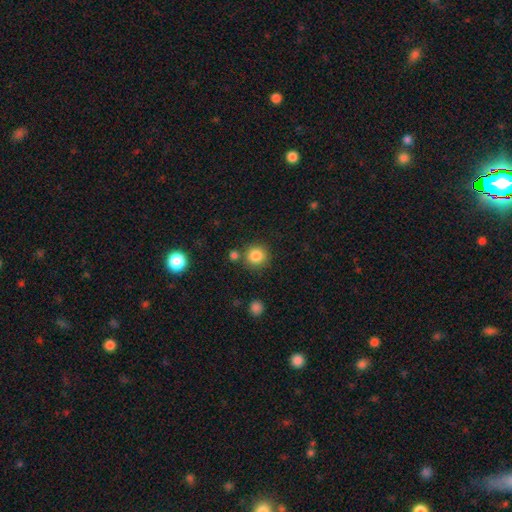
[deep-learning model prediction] Smooth or featured? smooth (85%)
How rounded? round (93%)
Merging? none (80%)